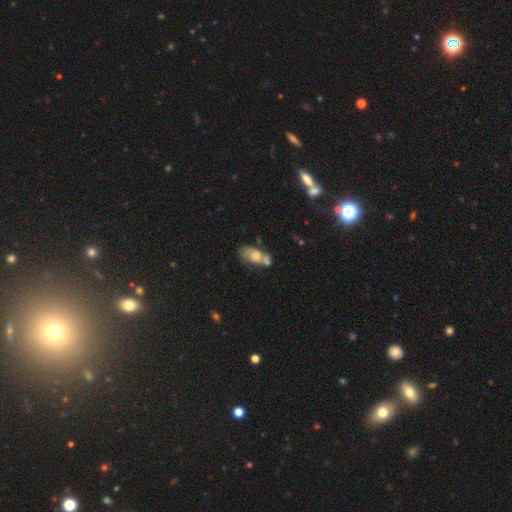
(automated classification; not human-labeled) This is possibly a smooth galaxy (59%). How rounded: clearly in between (85%). Merging: possibly merger (50%).